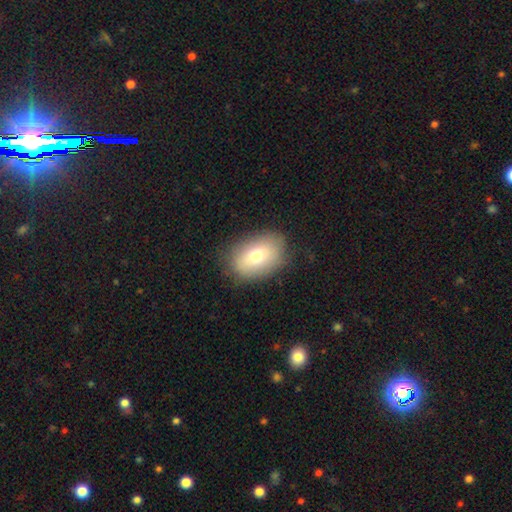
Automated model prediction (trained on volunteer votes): Smooth or featured: smooth — 71% (featured or disk — 19%)
How rounded: in between — 82% (round — 16%)
Merging: none — 81% (minor disturbance — 14%)